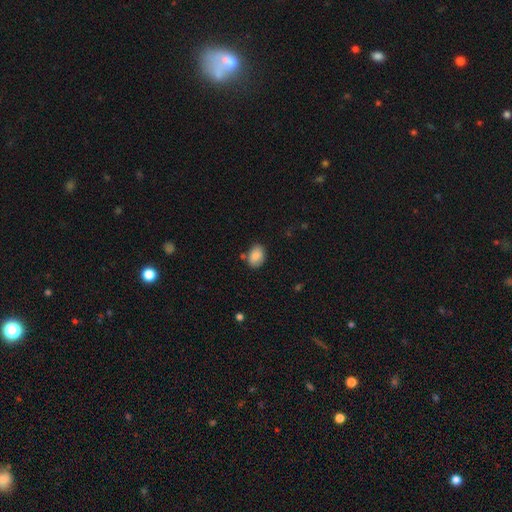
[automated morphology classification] A smooth galaxy with no disk features (86%) that is in between round and cigar-shaped (78%).

Vote fractions:
- Smooth or featured? smooth: 86% / star or artifact: 7% / featured or disk: 7%
- How rounded? in between: 78% / round: 21% / cigar-shaped: 1%
- Merging? none: 71% / minor disturbance: 19% / merger: 6% / major disturbance: 4%